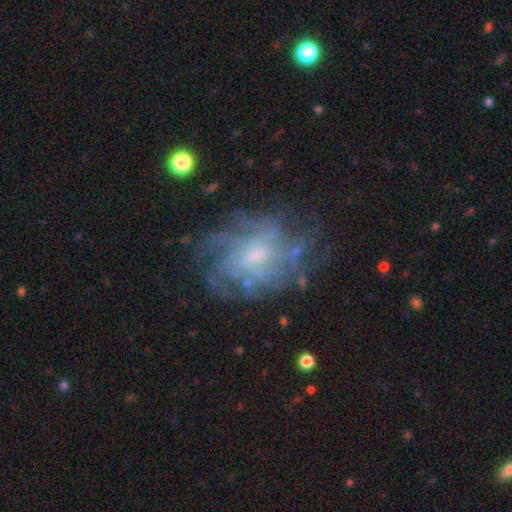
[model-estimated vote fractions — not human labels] Morphology: type=featured or disk (79%); edge-on=no (97%); bar=no (63%); spiral arms=yes (86%); winding=tight (50%); arm count=can't tell (46%); bulge=small (55%); merging=none (69%).